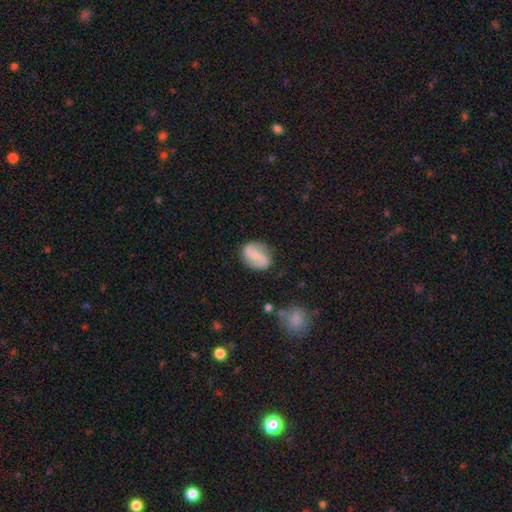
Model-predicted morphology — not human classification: type=featured or disk (75%); edge-on=no (98%); bar=no (47%); spiral arms=yes (95%); winding=medium (43%); arm count=2 (92%); bulge=small (41%); merging=none (79%).